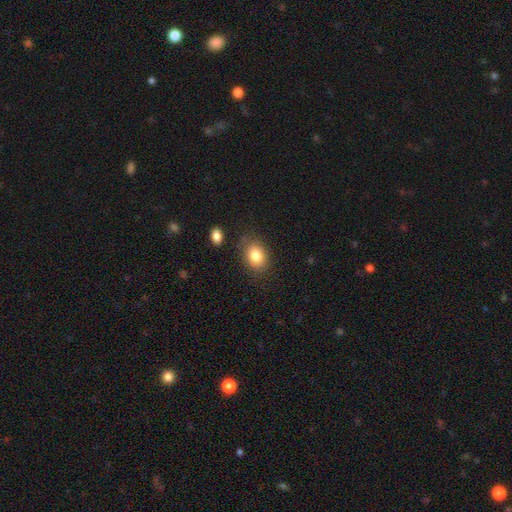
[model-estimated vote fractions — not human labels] Smooth or featured? Predicted: smooth (p=0.83). How rounded? Predicted: in between (p=0.69). Merging? Predicted: none (p=0.79).